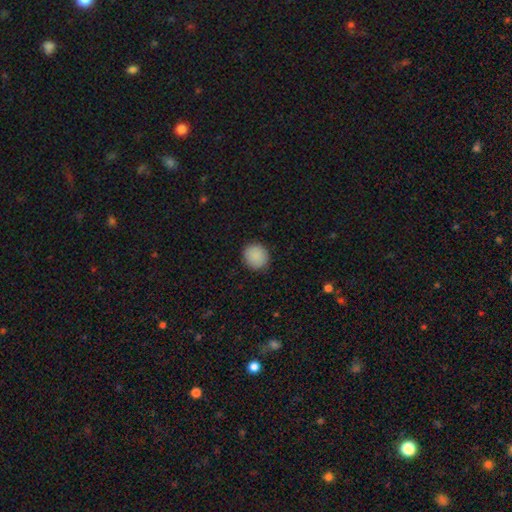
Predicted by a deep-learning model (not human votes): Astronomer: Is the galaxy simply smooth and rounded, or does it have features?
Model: smooth — 89%.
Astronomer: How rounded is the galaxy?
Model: round — 89%.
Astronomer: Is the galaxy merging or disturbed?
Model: none — 90%.